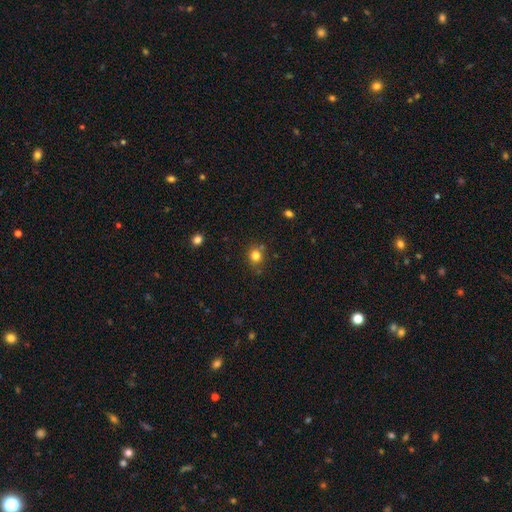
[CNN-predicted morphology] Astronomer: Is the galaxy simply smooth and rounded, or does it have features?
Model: smooth — 80%.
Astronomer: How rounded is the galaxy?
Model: round — 77%.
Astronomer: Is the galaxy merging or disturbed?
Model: none — 75%.